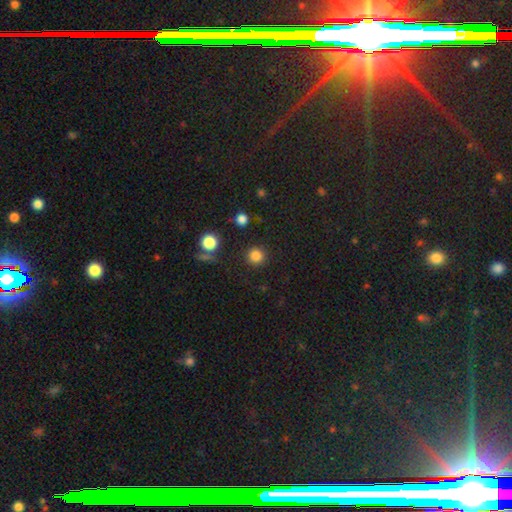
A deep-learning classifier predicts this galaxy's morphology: The model was most divided on "smooth or featured": smooth: 83%, star or artifact: 13%, featured or disk: 4%. More confident: how rounded — round (94%); merging — none (90%).